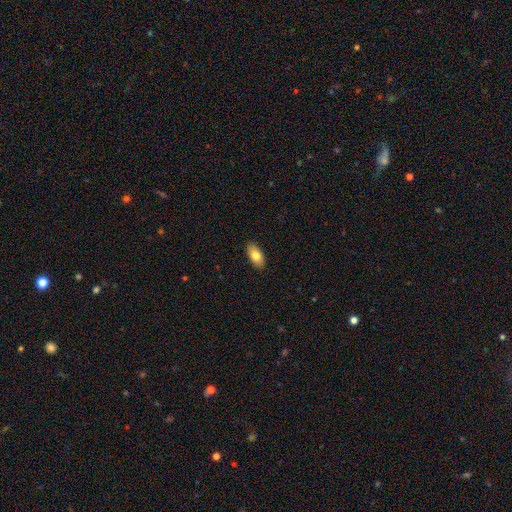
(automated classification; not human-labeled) Morphology: type=smooth (80%); roundness=in between (92%); merging=none (89%).